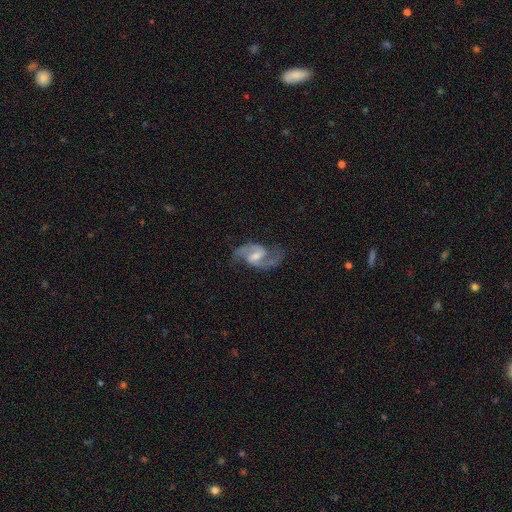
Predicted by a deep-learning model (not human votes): A featured or disk galaxy (90%) with a weak bar (57%), 2 (93%) medium (57%) spiral arms (97%) and a moderate central bulge (50%).

Vote fractions:
- Smooth or featured? featured or disk: 90% / smooth: 5% / star or artifact: 5%
- Edge-on disk? no: 97% / yes: 3%
- Bar? weak: 57% / strong: 22% / no: 21%
- Spiral arms? yes: 97% / no: 3%
- Spiral winding? medium: 57% / loose: 30% / tight: 13%
- Spiral arm count? 2: 93% / can't tell: 2% / 1: 1% / 3: 1% / 4: 1% / more than 4: 1%
- Bulge size? moderate: 50% / small: 38% / none: 6% / large: 5% / dominant: 1%
- Merging? none: 78% / minor disturbance: 14% / major disturbance: 6% / merger: 1%